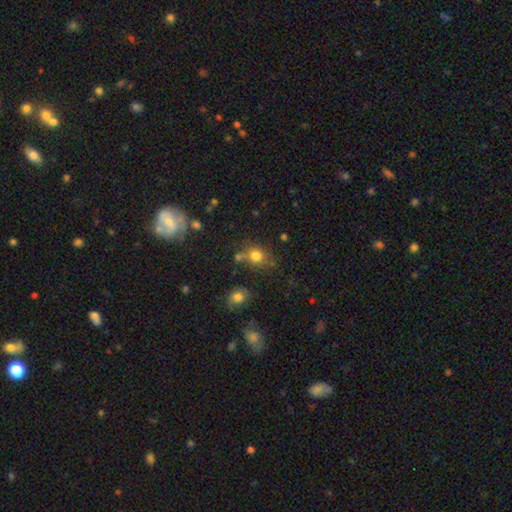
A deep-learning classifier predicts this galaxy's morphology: This is likely a smooth galaxy (79%). How rounded: likely round (73%). Merging: likely none (66%).